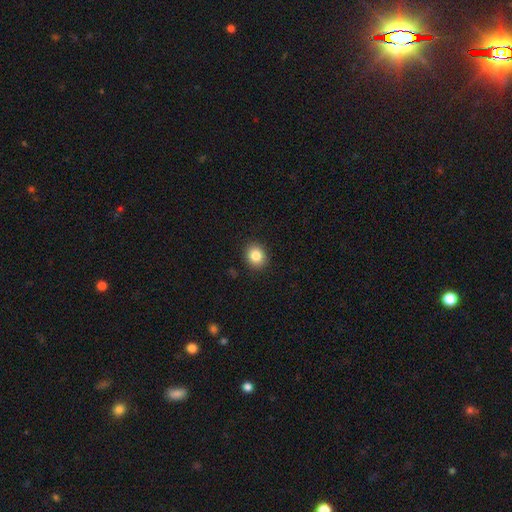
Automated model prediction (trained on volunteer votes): smooth_or_featured: smooth (p=0.86) [alt: star or artifact p=0.09]
how_rounded: round (p=0.69) [alt: in between p=0.30]
merging: none (p=0.90) [alt: minor disturbance p=0.07]